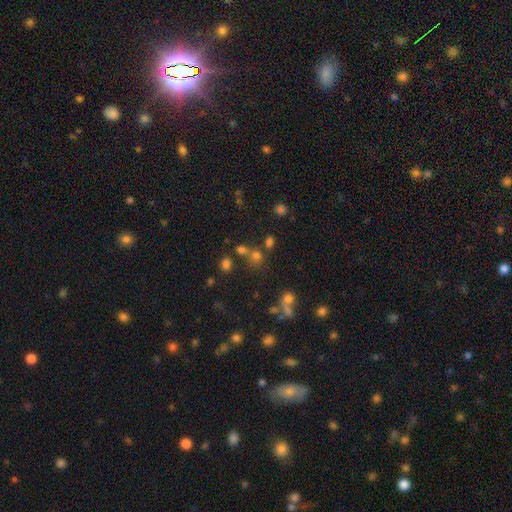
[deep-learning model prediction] The model was most divided on "merging": none: 55%, merger: 28%, minor disturbance: 10%, major disturbance: 6%. More confident: how rounded — round (72%); smooth or featured — smooth (61%).